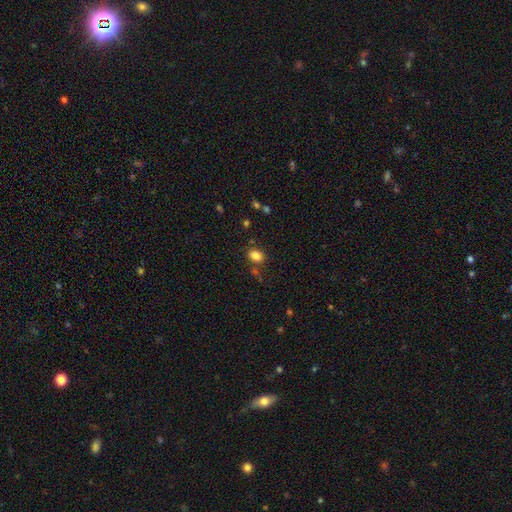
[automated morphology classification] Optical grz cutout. It shows a smooth galaxy with no disk features (84%) that is in between round and cigar-shaped (71%). Merging: none (76%).